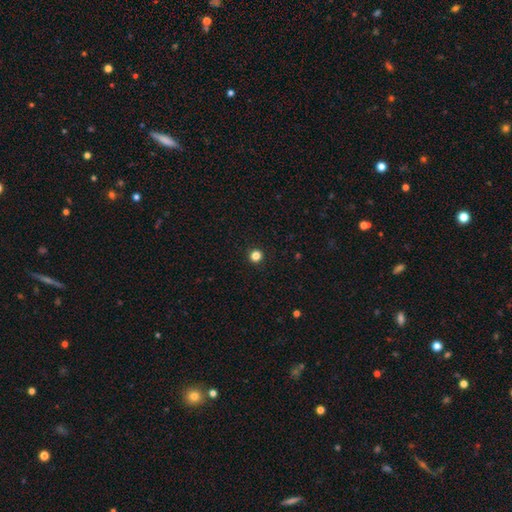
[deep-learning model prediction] Overall: smooth (83%). How rounded: round (95%). Merging: none (94%).